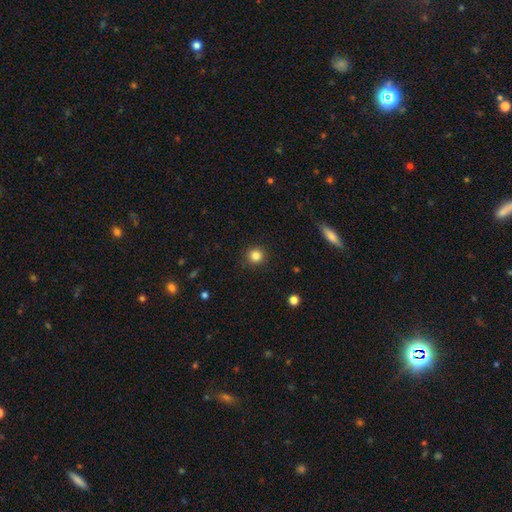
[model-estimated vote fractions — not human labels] smooth 84%, star or artifact 11%, featured or disk 5%. Down the decision tree: how rounded — round (94%); merging — none (90%).